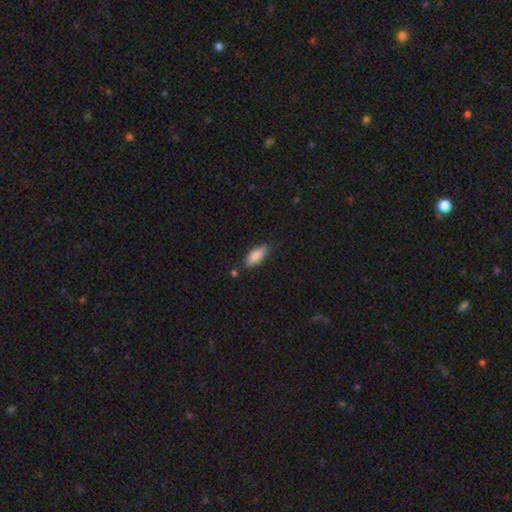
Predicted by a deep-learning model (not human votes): Smooth or featured? Predicted: smooth (p=0.84). How rounded? Predicted: in between (p=0.71). Merging? Predicted: none (p=0.79).